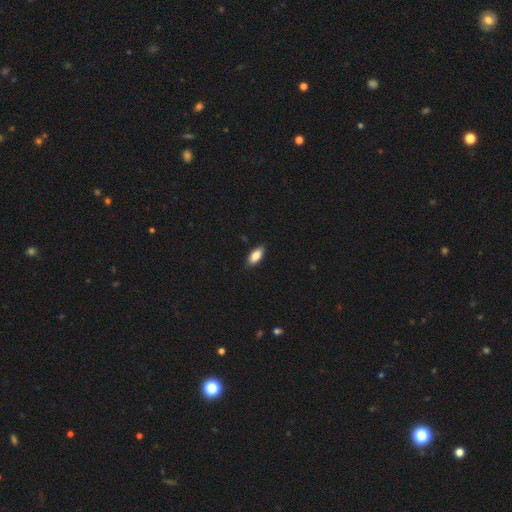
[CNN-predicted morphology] This appears to be a smooth galaxy with no disk features (86%) that is in between round and cigar-shaped (88%). Merging: none (87%).